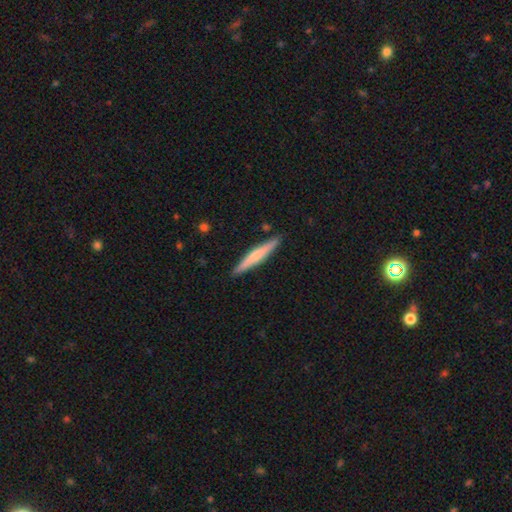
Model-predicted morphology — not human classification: smooth_or_featured: smooth (p=0.50) [alt: featured or disk p=0.44]
how_rounded: cigar-shaped (p=0.94) [alt: in between p=0.04]
merging: none (p=0.90) [alt: minor disturbance p=0.07]